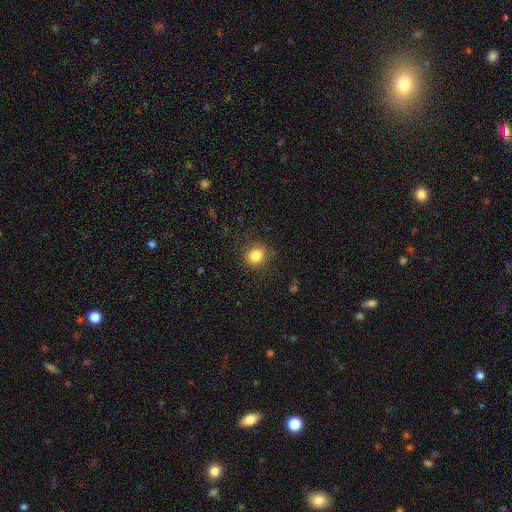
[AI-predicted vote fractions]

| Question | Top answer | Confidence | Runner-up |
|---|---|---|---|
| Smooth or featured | smooth | 83% | star or artifact (11%) |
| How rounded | round | 85% | in between (14%) |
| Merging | none | 87% | minor disturbance (9%) |